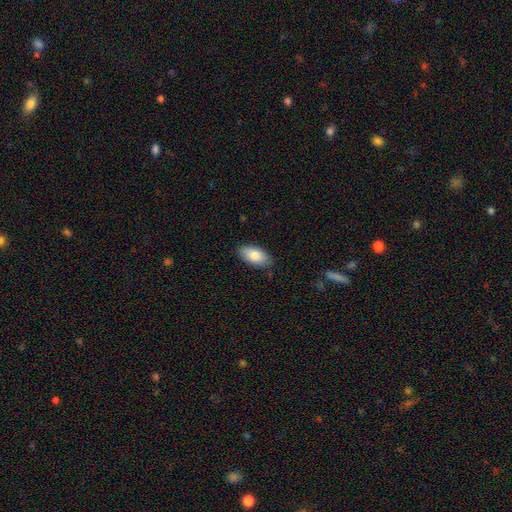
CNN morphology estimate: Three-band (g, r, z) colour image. It shows a smooth galaxy with no disk features (84%) that is in between round and cigar-shaped (93%). Merging: none (82%).